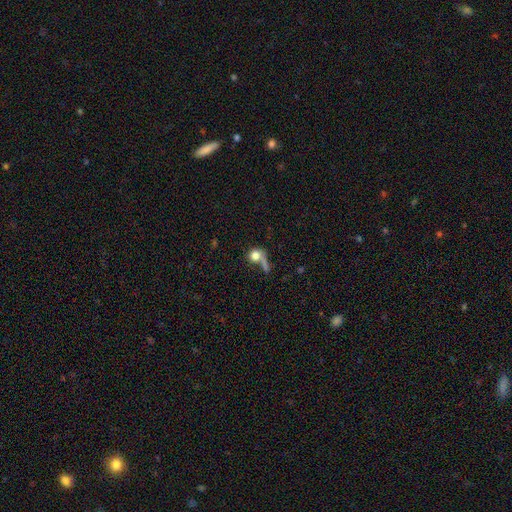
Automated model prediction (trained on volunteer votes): Smooth or featured? smooth (74%)
How rounded? round (74%)
Merging? none (35%)